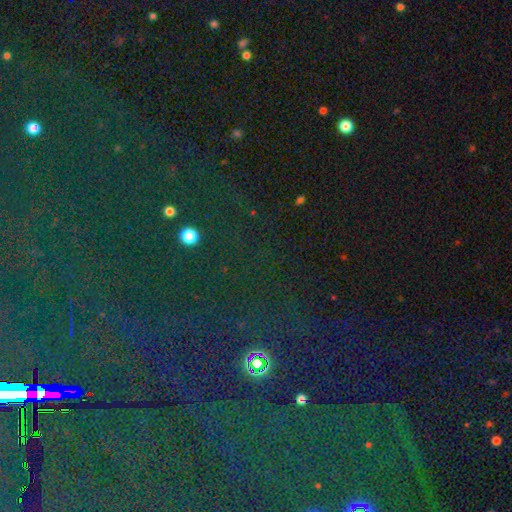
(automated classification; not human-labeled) Morphology: type=star or artifact (81%).